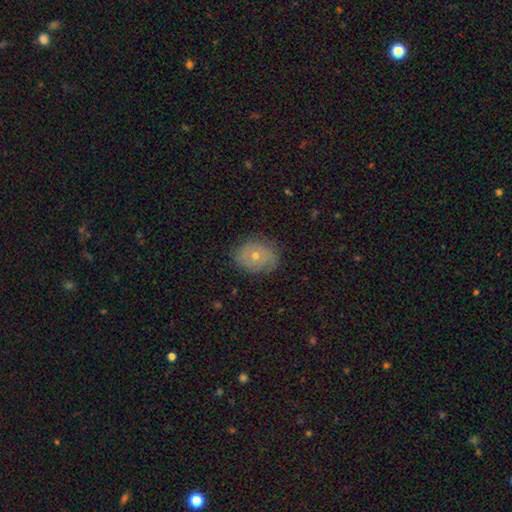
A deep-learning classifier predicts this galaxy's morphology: Q: Smooth or featured?
A: smooth (53%); runner-up: featured or disk (36%)
Q: How rounded?
A: in between (54%); runner-up: round (45%)
Q: Merging?
A: none (80%); runner-up: minor disturbance (15%)